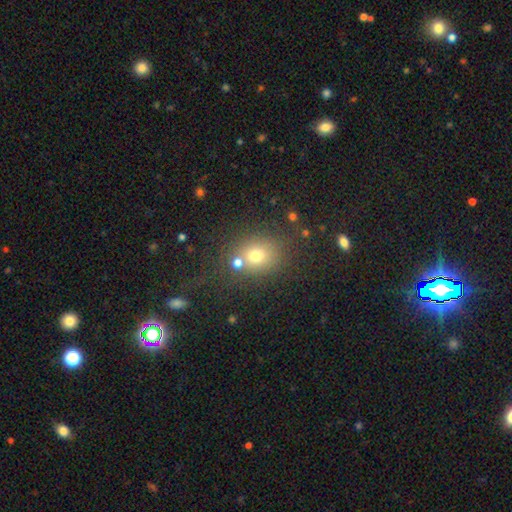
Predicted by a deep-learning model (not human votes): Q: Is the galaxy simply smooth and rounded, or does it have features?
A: smooth — 69%.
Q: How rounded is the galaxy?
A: round — 66%.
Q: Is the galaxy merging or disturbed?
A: none — 64%.